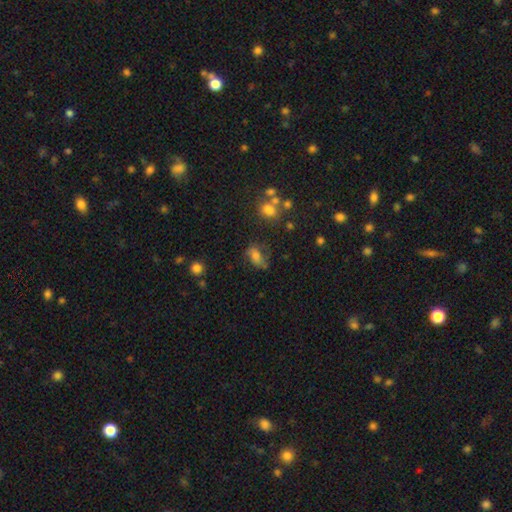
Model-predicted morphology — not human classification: Overall: smooth (56%; featured or disk 31%). How rounded: in between (79%). Merging: none (52%; minor disturbance 26%).